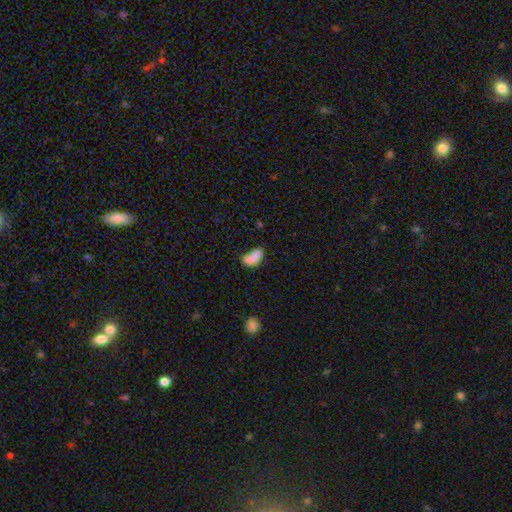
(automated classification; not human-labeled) The model was most divided on "merging": none: 34%, merger: 30%, minor disturbance: 22%, major disturbance: 14%. More confident: how rounded — in between (87%); smooth or featured — smooth (77%).